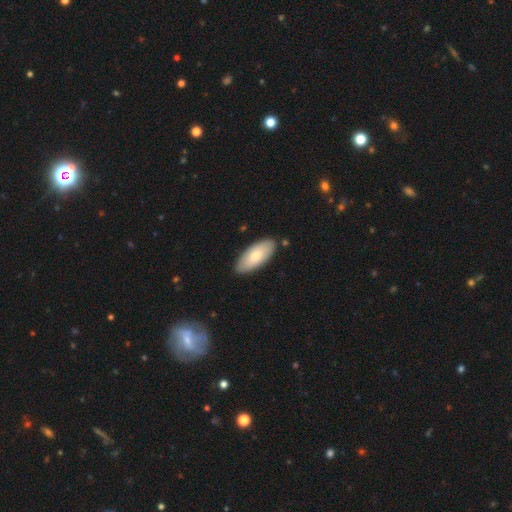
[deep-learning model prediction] Smooth or featured?
  - smooth: 76% *
  - featured or disk: 19%
  - star or artifact: 5%
How rounded?
  - in between: 87% *
  - cigar-shaped: 11%
  - round: 2%
Merging?
  - none: 85% *
  - minor disturbance: 11%
  - merger: 2%
  - major disturbance: 2%